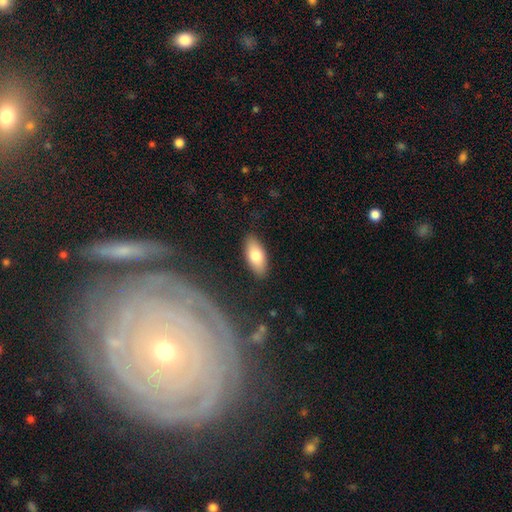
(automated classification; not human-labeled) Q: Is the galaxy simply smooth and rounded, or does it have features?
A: smooth — 78%.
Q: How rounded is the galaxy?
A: in between — 86%.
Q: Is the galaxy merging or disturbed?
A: none — 87%.